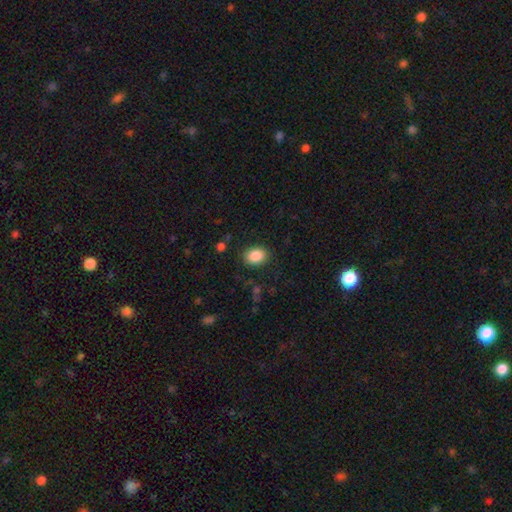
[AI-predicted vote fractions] This appears to be a smooth galaxy with no disk features (87%) that is in between round and cigar-shaped (67%). Merging: none (86%).